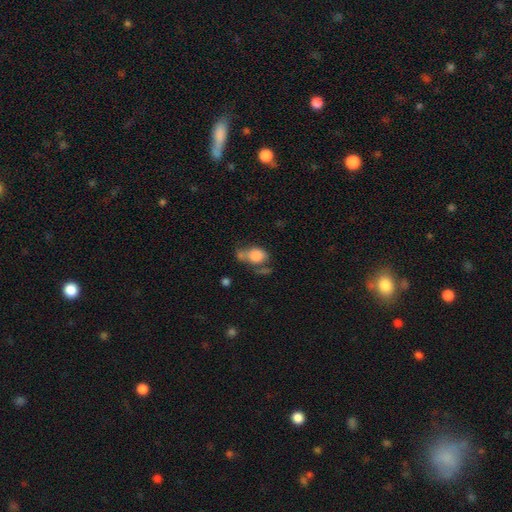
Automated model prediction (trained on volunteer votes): Smooth or featured? smooth (76%)
How rounded? in between (60%)
Merging? none (32%)